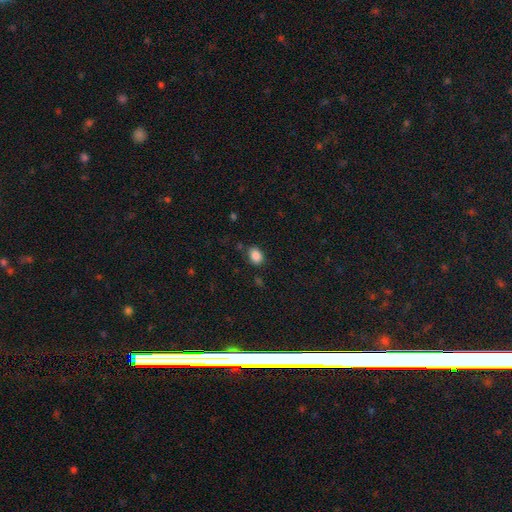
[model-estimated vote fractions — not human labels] smooth 86%, star or artifact 10%, featured or disk 4%. Down the decision tree: how rounded — in between (62%); merging — none (81%).